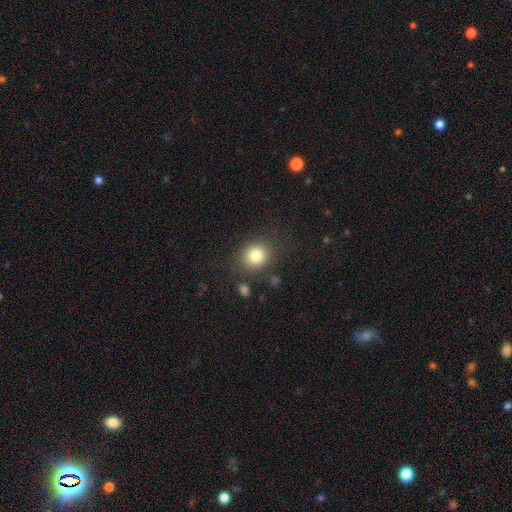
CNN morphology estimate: Smooth or featured? Predicted: smooth (p=0.82). How rounded? Predicted: round (p=0.75). Merging? Predicted: none (p=0.82).